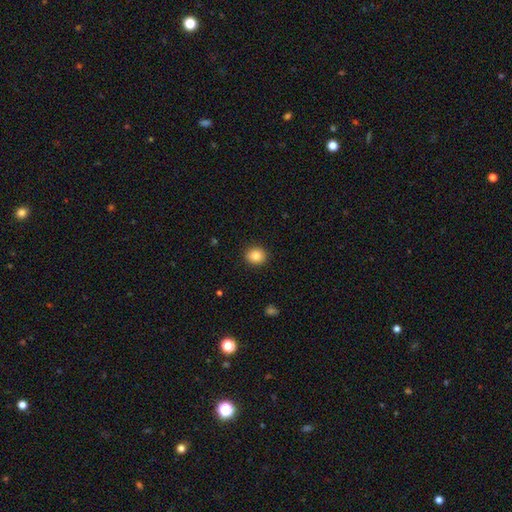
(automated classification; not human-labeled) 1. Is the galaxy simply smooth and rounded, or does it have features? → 85% smooth, 10% star or artifact, 5% featured or disk.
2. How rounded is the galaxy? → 78% round, 21% in between, 1% cigar-shaped.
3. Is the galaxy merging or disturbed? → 91% none, 6% minor disturbance, 2% major disturbance, 1% merger.